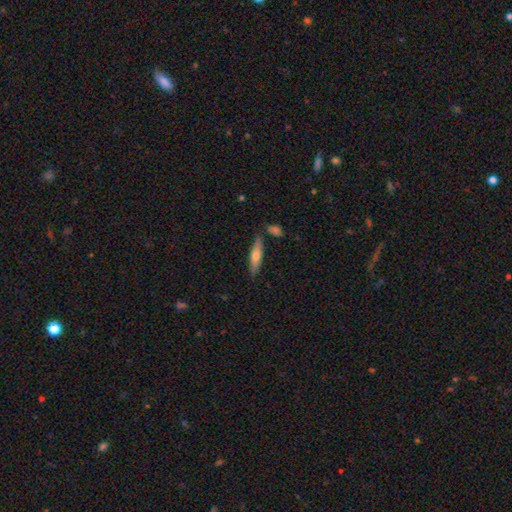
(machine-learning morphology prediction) A smooth galaxy with no disk features (62%) that is cigar-shaped (71%).

Vote fractions:
- Smooth or featured? smooth: 62% / featured or disk: 32% / star or artifact: 6%
- How rounded? cigar-shaped: 71% / in between: 27% / round: 2%
- Merging? none: 81% / minor disturbance: 11% / merger: 5% / major disturbance: 2%